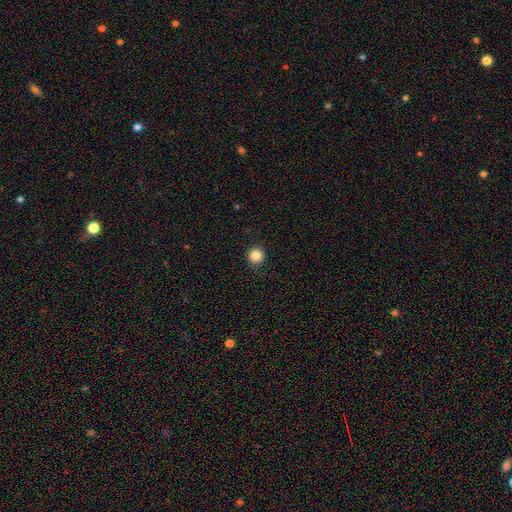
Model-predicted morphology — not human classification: Smooth or featured? smooth (85%)
How rounded? round (95%)
Merging? none (90%)